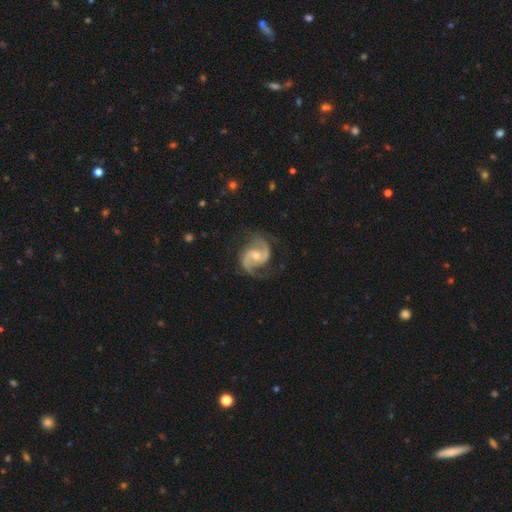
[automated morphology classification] The model was most divided on "bar": no: 50%, weak: 39%, strong: 12%. More confident: edge-on disk — no (98%); spiral arms — yes (98%); spiral arm count — 2 (93%); smooth or featured — featured or disk (91%); merging — none (75%); spiral winding — medium (58%); bulge size — moderate (57%).